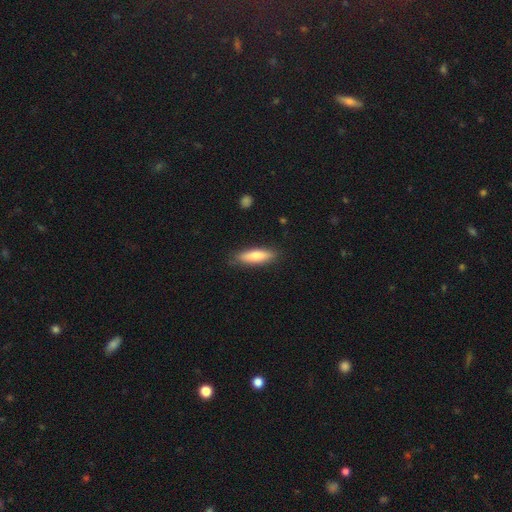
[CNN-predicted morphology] smooth 77%, featured or disk 17%, star or artifact 6%. Down the decision tree: how rounded — cigar-shaped (65%); merging — none (85%).